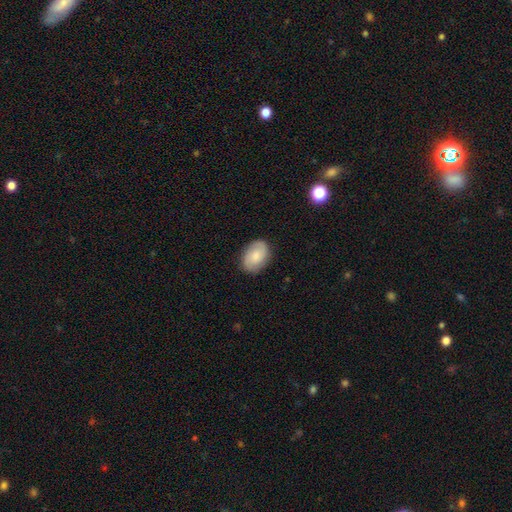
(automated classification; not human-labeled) Smooth or featured? Predicted: smooth (p=0.69). How rounded? Predicted: in between (p=0.80). Merging? Predicted: none (p=0.85).